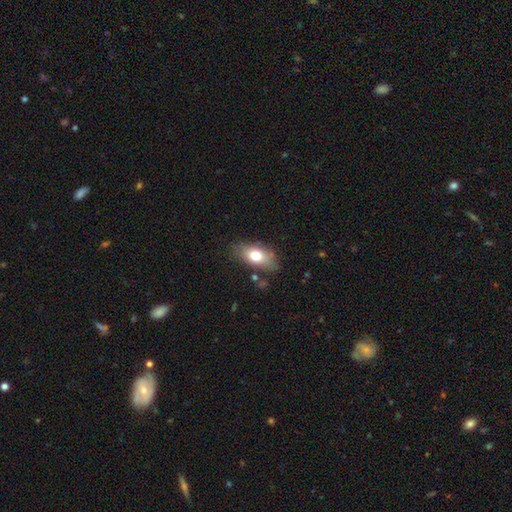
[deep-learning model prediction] Smooth or featured? Predicted: smooth (p=0.73). How rounded? Predicted: in between (p=0.87). Merging? Predicted: none (p=0.75).